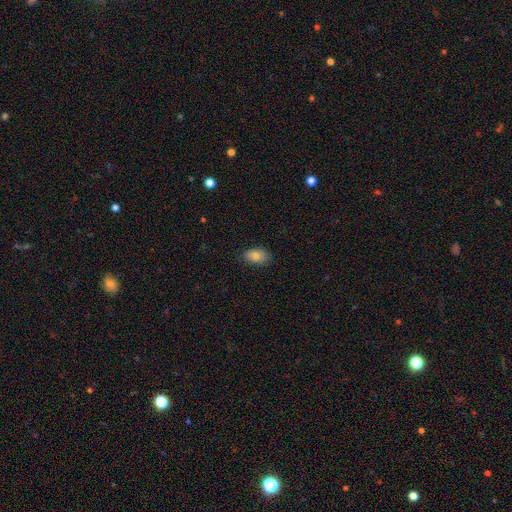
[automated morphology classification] This appears to be a smooth galaxy with no disk features (80%) that is in between round and cigar-shaped (89%). Merging: none (80%).